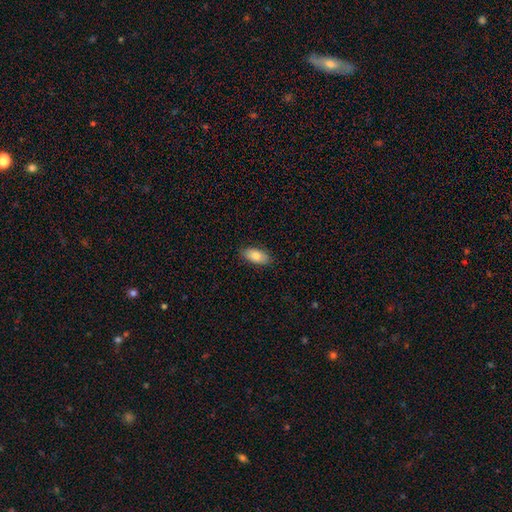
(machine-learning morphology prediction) smooth-or-featured: smooth: 83% | featured or disk: 11% | star or artifact: 7%
  how-rounded: in between: 92% | cigar-shaped: 6% | round: 3%
  merging: none: 87% | minor disturbance: 10% | major disturbance: 2% | merger: 1%